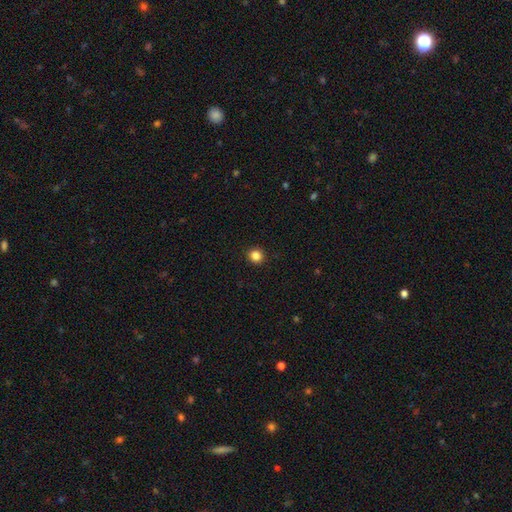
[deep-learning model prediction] Morphology: type=smooth (84%); roundness=round (92%); merging=none (93%).